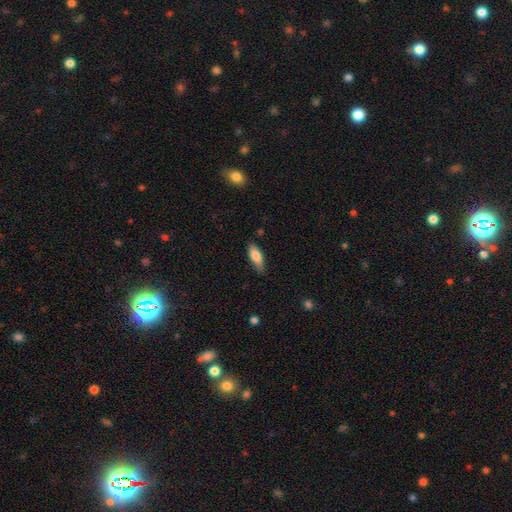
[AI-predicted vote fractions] The model was most divided on "how rounded": in between: 67%, cigar-shaped: 31%, round: 2%. More confident: smooth or featured — smooth (81%); merging — none (68%).